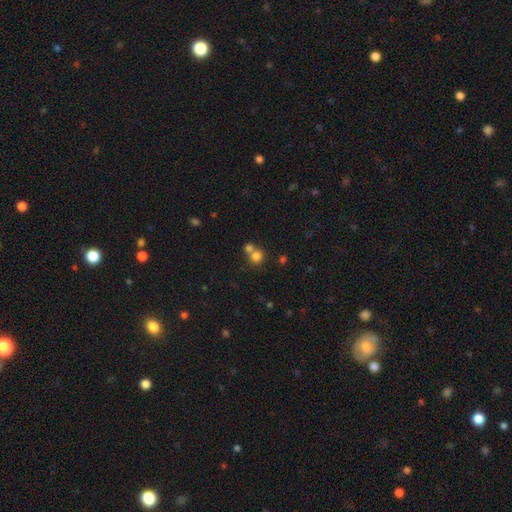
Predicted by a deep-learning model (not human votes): The model was most divided on "merging": none: 48%, merger: 43%, minor disturbance: 6%, major disturbance: 3%. More confident: how rounded — round (87%); smooth or featured — smooth (78%).